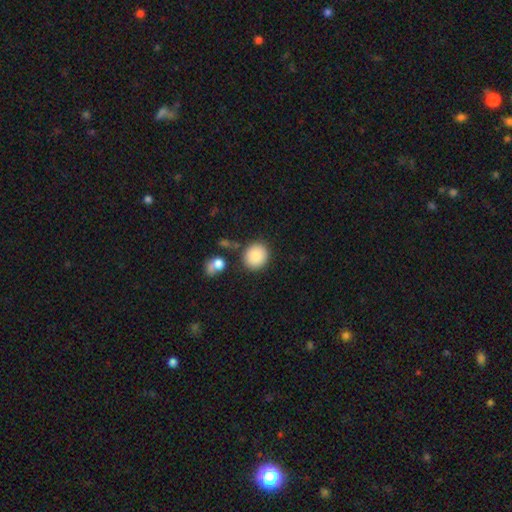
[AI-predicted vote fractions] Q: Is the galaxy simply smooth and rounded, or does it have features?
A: smooth — 87%.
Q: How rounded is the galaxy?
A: round — 78%.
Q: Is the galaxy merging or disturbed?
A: none — 80%.